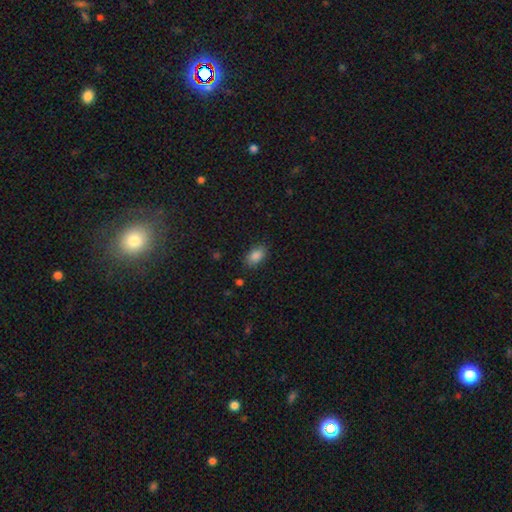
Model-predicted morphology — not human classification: Q: Smooth or featured?
A: smooth (87%); runner-up: star or artifact (8%)
Q: How rounded?
A: in between (90%); runner-up: round (8%)
Q: Merging?
A: none (84%); runner-up: minor disturbance (12%)